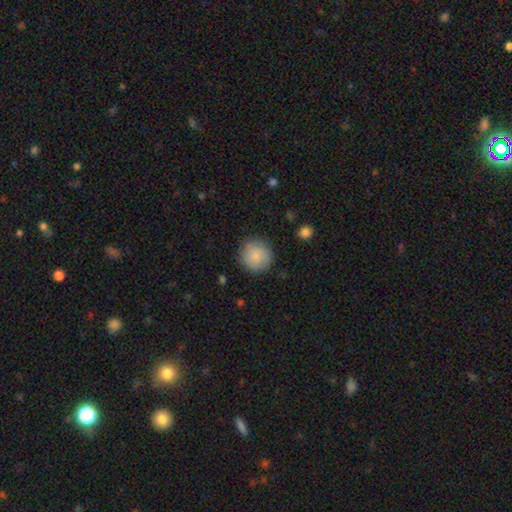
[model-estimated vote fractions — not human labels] Smooth or featured?
  - smooth: 87% *
  - star or artifact: 7%
  - featured or disk: 6%
How rounded?
  - round: 94% *
  - in between: 5%
  - cigar-shaped: 1%
Merging?
  - none: 87% *
  - minor disturbance: 9%
  - major disturbance: 3%
  - merger: 1%